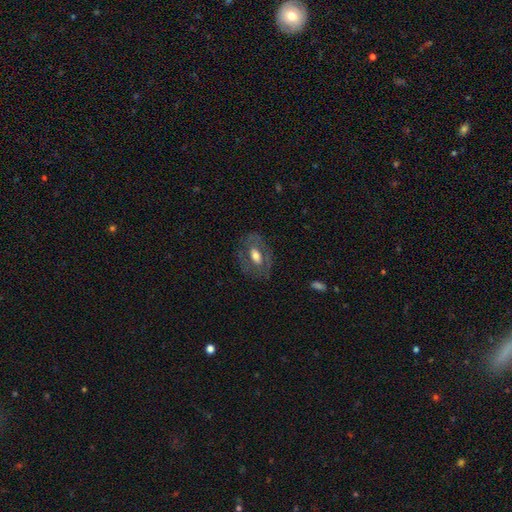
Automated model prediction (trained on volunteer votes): Smooth or featured? featured or disk (49%)
Merging? none (74%)